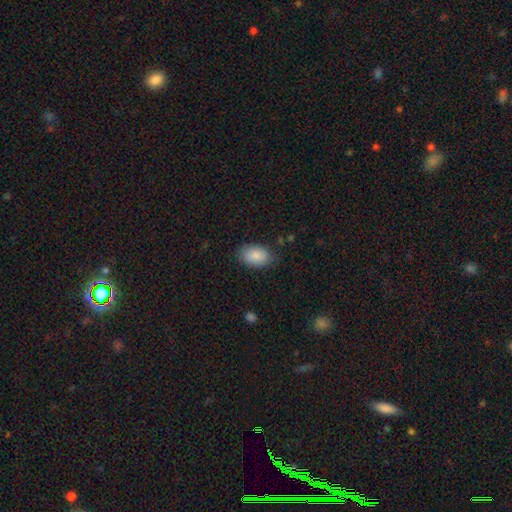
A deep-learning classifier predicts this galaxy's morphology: Smooth or featured? Predicted: smooth (p=0.88). How rounded? Predicted: in between (p=0.89). Merging? Predicted: none (p=0.80).